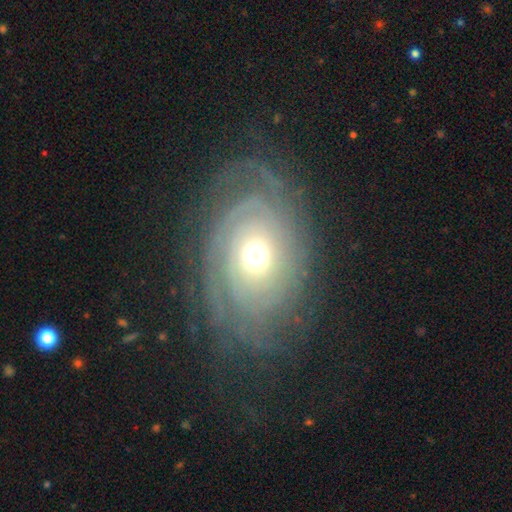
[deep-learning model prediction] Overall: featured or disk (76%). Edge-on disk: no (94%). Bar: no (84%). Spiral arms: yes (81%). Spiral arm count: can't tell (39%; 2 27%). Spiral winding: tight (66%). Bulge size: moderate (60%; small 27%). Merging: none (65%).